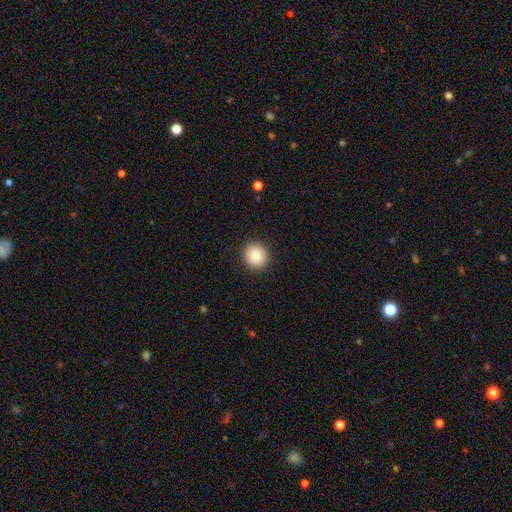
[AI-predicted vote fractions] A smooth galaxy with no disk features (85%) that is round (90%). Merging: none (92%).